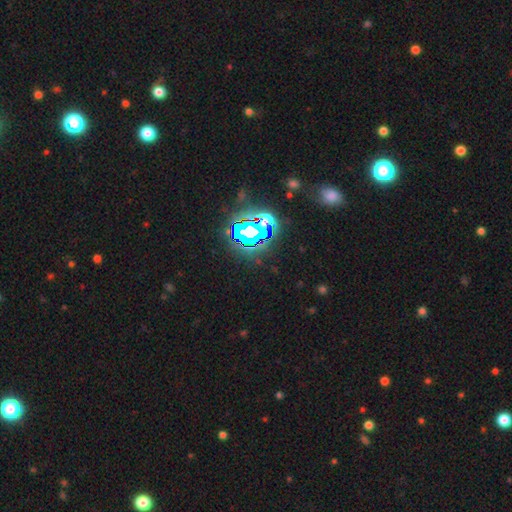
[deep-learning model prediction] Morphology: type=star or artifact (83%).